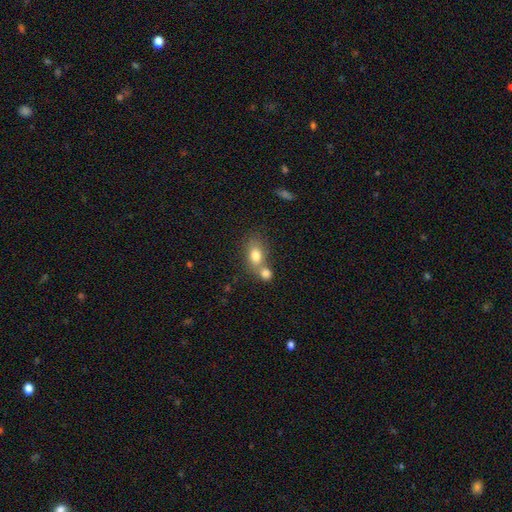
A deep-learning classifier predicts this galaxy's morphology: This is likely a smooth galaxy (78%). How rounded: likely in between (76%). Merging: possibly merger (52%).